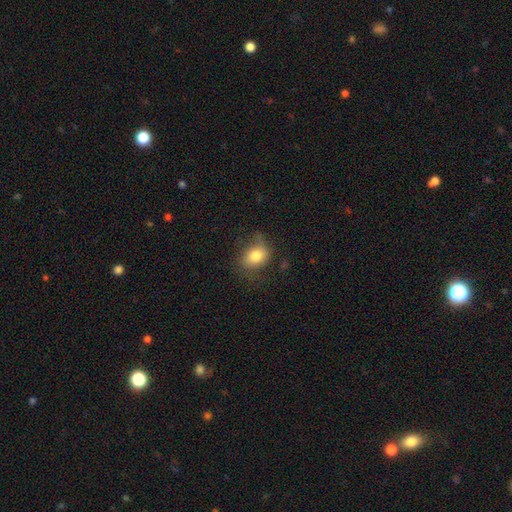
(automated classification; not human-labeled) A smooth galaxy with no disk features (76%) that is in between round and cigar-shaped (65%).

Vote fractions:
- Smooth or featured? smooth: 76% / featured or disk: 15% / star or artifact: 9%
- How rounded? in between: 65% / round: 34% / cigar-shaped: 1%
- Merging? none: 58% / minor disturbance: 27% / major disturbance: 13% / merger: 2%